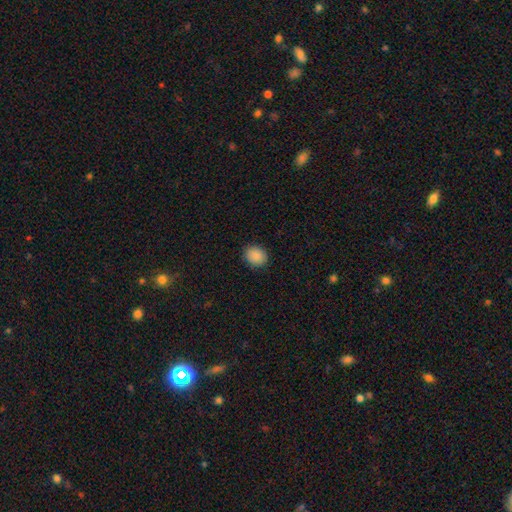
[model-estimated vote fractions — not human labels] smooth_or_featured: smooth (p=0.88) [alt: star or artifact p=0.08]
how_rounded: round (p=0.60) [alt: in between p=0.39]
merging: none (p=0.89) [alt: minor disturbance p=0.08]